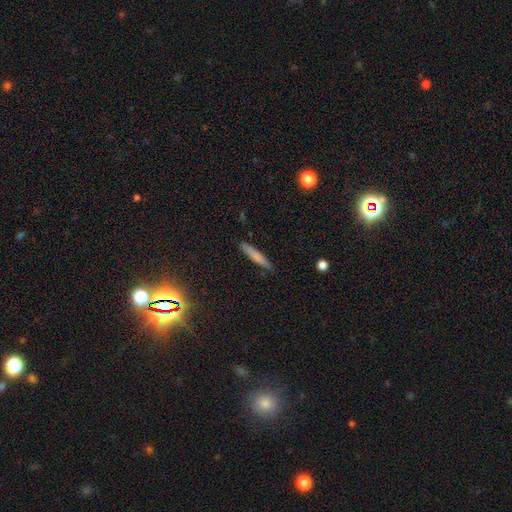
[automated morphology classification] smooth-or-featured: smooth: 72% | featured or disk: 19% | star or artifact: 9%
  how-rounded: cigar-shaped: 92% | in between: 7% | round: 2%
  merging: none: 85% | minor disturbance: 11% | major disturbance: 2% | merger: 1%